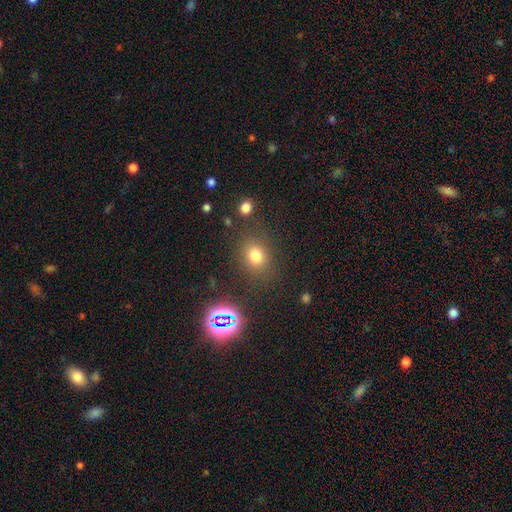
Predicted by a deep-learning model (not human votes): This is likely a smooth galaxy (75%). How rounded: possibly round (57%). Merging: likely none (79%).